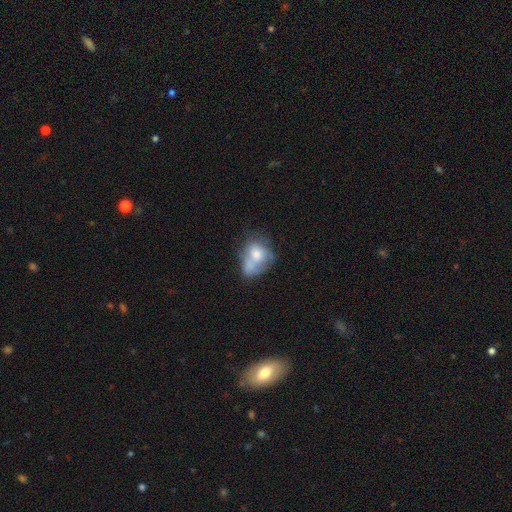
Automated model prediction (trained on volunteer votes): Smooth or featured? Predicted: smooth (p=0.62). How rounded? Predicted: in between (p=0.57). Merging? Predicted: merger (p=0.34).